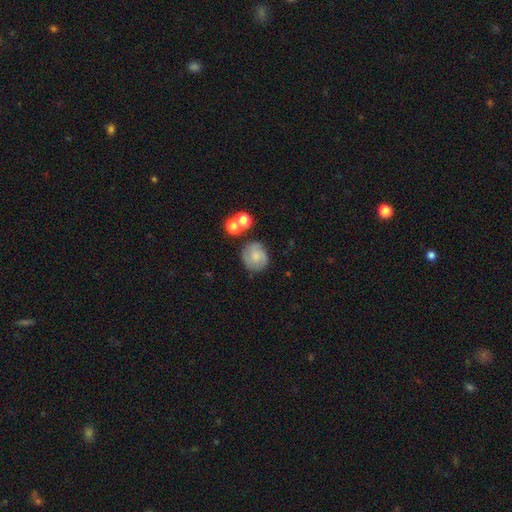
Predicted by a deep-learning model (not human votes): A featured or disk galaxy (46%). Merging: none (70%).